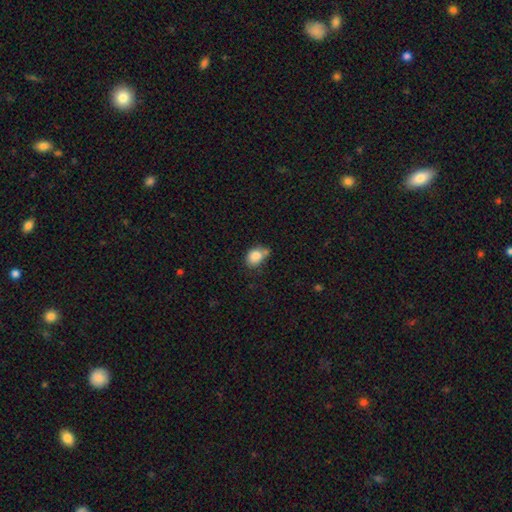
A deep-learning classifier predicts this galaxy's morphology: smooth 84%, star or artifact 9%, featured or disk 8%. Down the decision tree: how rounded — in between (63%); merging — none (51%).